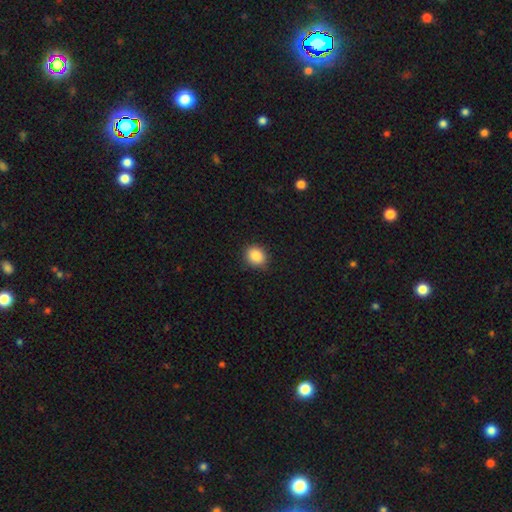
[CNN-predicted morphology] A smooth galaxy with no disk features (87%) that is round (61%). Merging: none (86%).